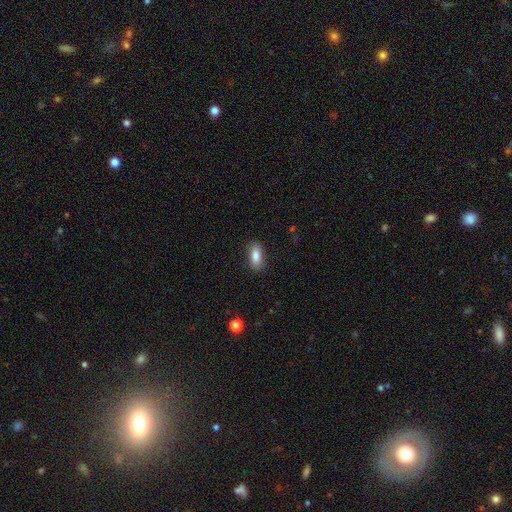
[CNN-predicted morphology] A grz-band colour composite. It shows a smooth galaxy with no disk features (85%) that is in between round and cigar-shaped (85%). Merging: none (86%).